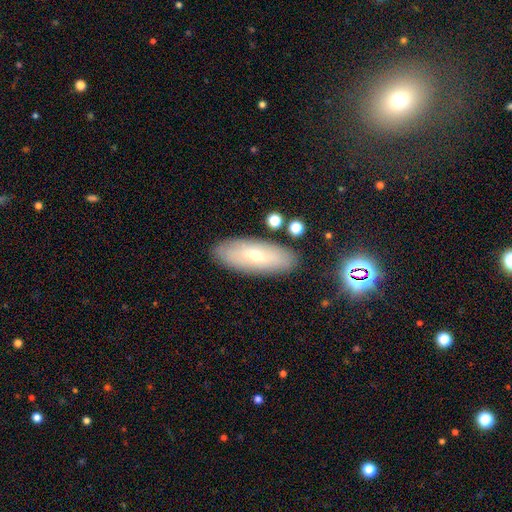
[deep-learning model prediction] The model was most divided on "smooth or featured": smooth: 51%, featured or disk: 40%, star or artifact: 8%. More confident: merging — none (85%); how rounded — in between (72%).